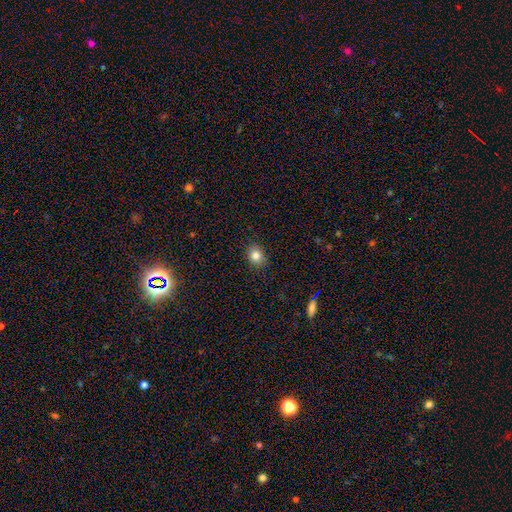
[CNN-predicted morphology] This is clearly a smooth galaxy (82%). How rounded: possibly round (56%). Merging: clearly none (88%).